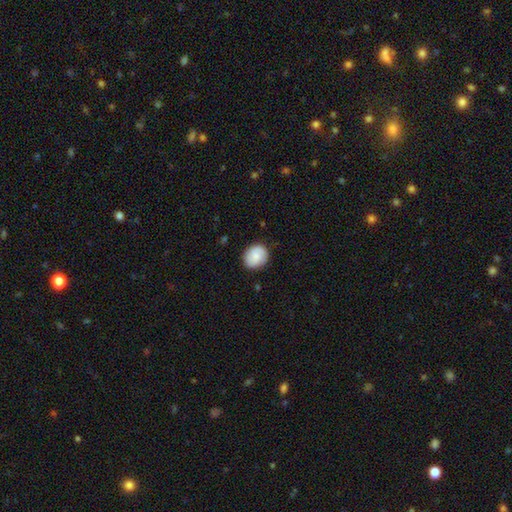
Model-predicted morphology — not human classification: Smooth or featured?
  - smooth: 75% *
  - featured or disk: 18%
  - star or artifact: 7%
How rounded?
  - round: 66% *
  - in between: 33%
  - cigar-shaped: 1%
Merging?
  - none: 84% *
  - minor disturbance: 12%
  - major disturbance: 3%
  - merger: 1%